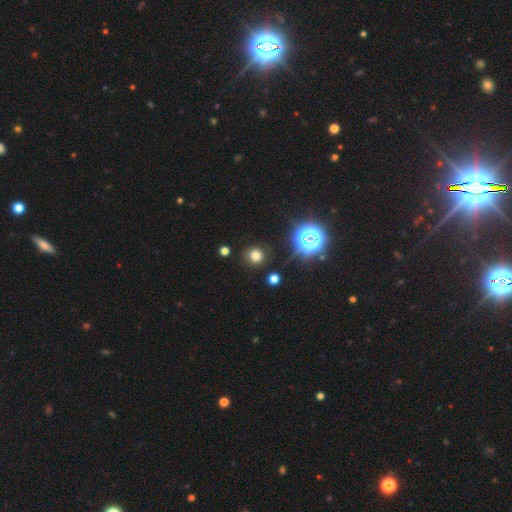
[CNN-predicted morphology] This appears to be a smooth galaxy with no disk features (72%) that is round (92%). Merging: none (87%).